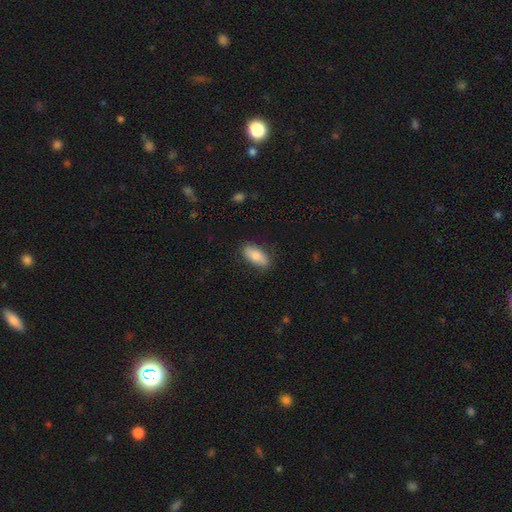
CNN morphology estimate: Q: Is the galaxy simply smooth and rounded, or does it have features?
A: smooth — 80%.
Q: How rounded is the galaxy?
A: in between — 81%.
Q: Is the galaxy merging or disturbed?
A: none — 84%.